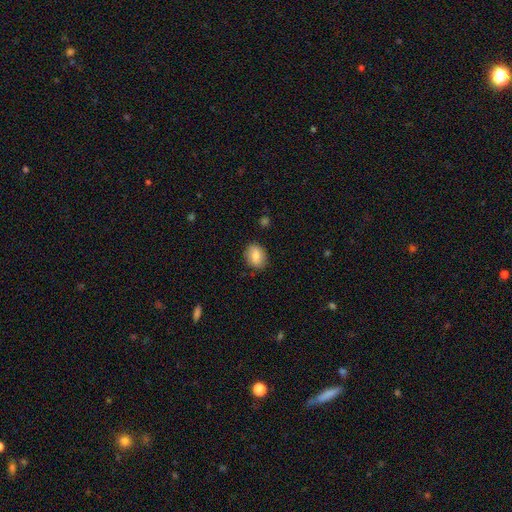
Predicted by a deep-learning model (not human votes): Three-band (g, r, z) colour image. It shows a smooth galaxy with no disk features (81%) that is in between round and cigar-shaped (61%). Merging: none (84%).